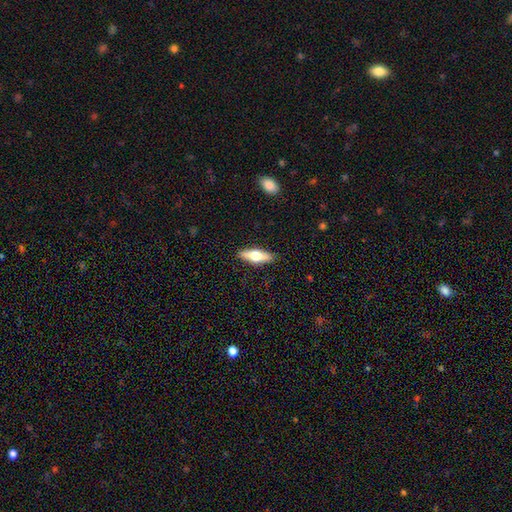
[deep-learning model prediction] Overall: smooth (50%; featured or disk 44%). Merging: none (89%).